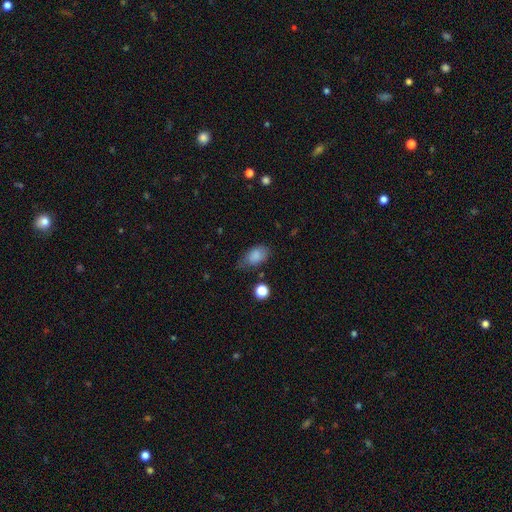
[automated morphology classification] Overall: smooth (83%). How rounded: in between (86%). Merging: none (60%; minor disturbance 29%).